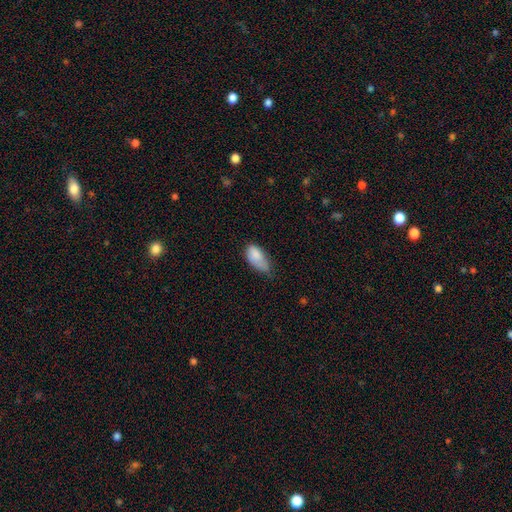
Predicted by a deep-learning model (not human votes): smooth 83%, featured or disk 10%, star or artifact 7%. Down the decision tree: how rounded — in between (92%); merging — minor disturbance (50%).